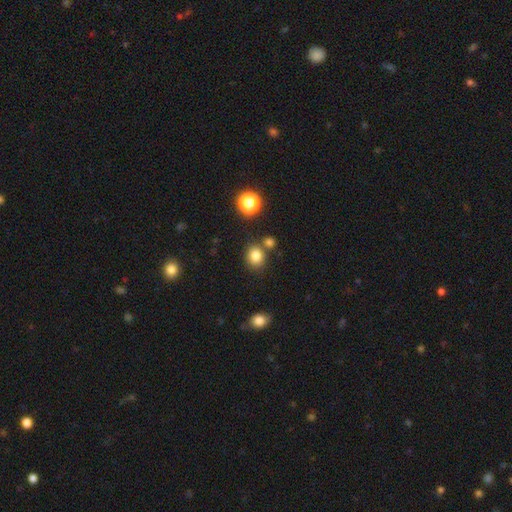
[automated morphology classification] smooth_or_featured: smooth (p=0.81) [alt: star or artifact p=0.13]
how_rounded: round (p=0.71) [alt: in between p=0.28]
merging: none (p=0.72) [alt: merger p=0.14]